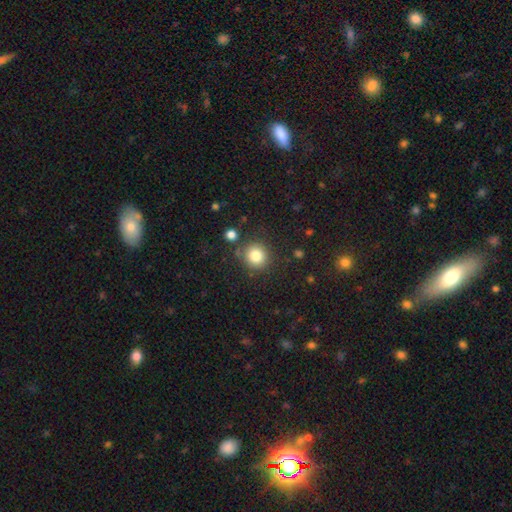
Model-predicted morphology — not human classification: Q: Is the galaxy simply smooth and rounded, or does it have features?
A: smooth — 82%.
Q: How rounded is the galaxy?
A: round — 91%.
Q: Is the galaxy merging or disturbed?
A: none — 84%.